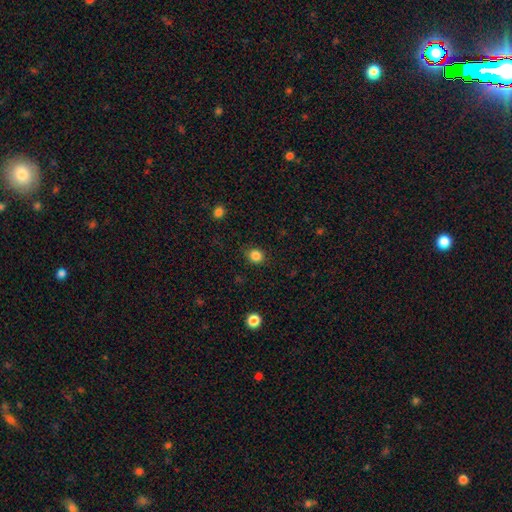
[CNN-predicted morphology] A smooth galaxy with no disk features (85%) that is round (79%).

Vote fractions:
- Smooth or featured? smooth: 85% / star or artifact: 11% / featured or disk: 4%
- How rounded? round: 79% / in between: 20% / cigar-shaped: 1%
- Merging? none: 86% / minor disturbance: 10% / major disturbance: 3% / merger: 1%